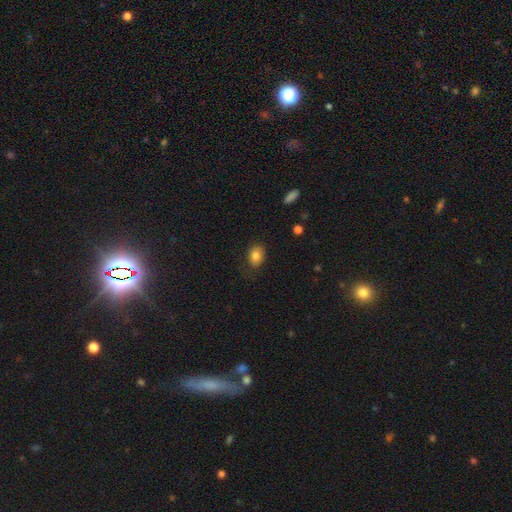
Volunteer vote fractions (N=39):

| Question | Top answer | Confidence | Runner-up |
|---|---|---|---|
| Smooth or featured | smooth | 87% | star or artifact (10%) |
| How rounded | in between | 68% | round (32%) |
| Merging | none | 66% | minor disturbance (26%) |